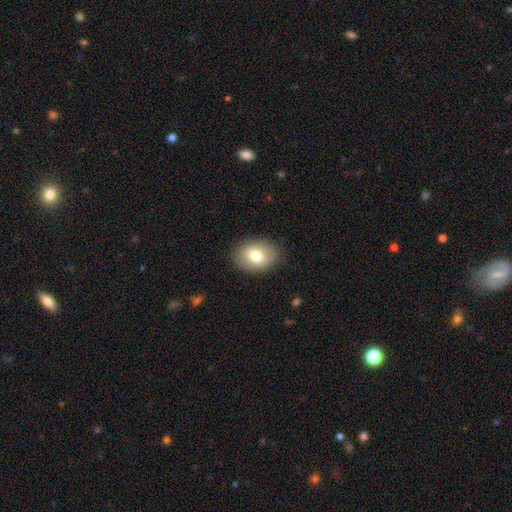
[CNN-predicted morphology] Q: Smooth or featured?
A: smooth (75%); runner-up: featured or disk (17%)
Q: How rounded?
A: in between (69%); runner-up: round (30%)
Q: Merging?
A: none (87%); runner-up: minor disturbance (10%)